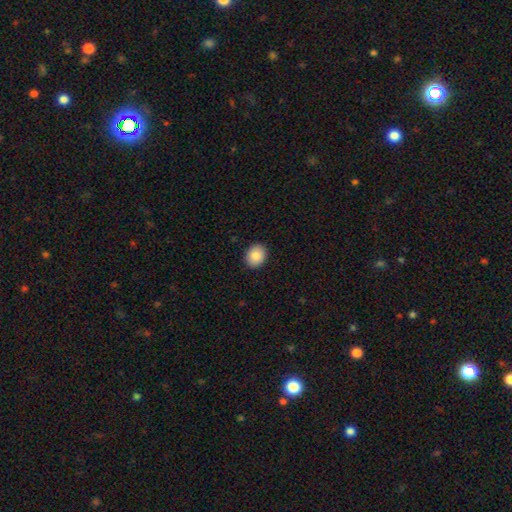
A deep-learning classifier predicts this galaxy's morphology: Overall: smooth (87%). How rounded: round (51%; in between 48%). Merging: none (91%).